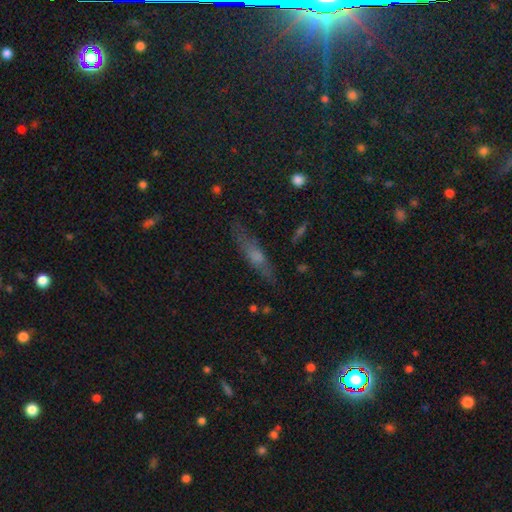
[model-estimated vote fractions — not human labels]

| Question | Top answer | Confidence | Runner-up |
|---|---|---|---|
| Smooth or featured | smooth | 49% | featured or disk (39%) |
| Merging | none | 75% | minor disturbance (17%) |